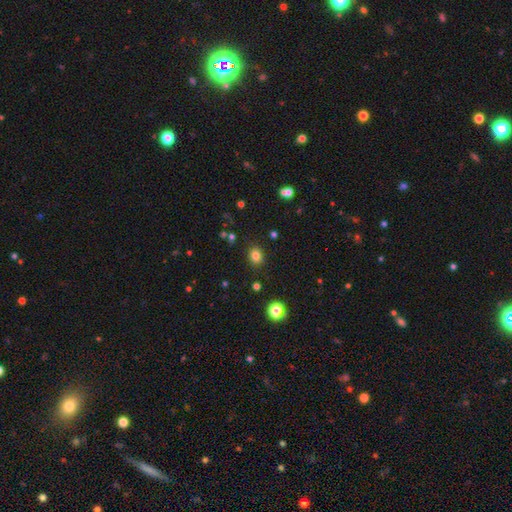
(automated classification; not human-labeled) Morphology: type=smooth (81%); roundness=round (64%); merging=none (88%).